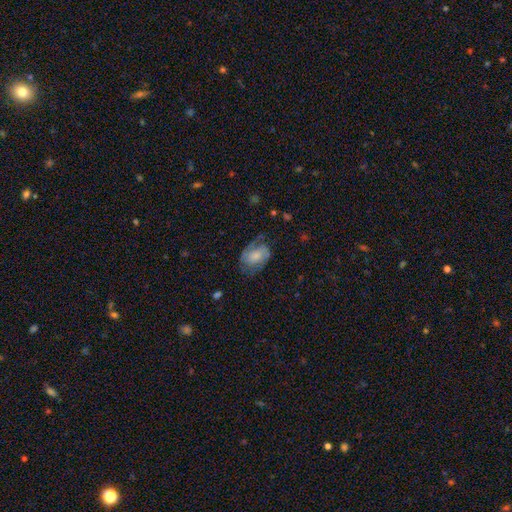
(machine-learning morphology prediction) This is possibly a featured or disk galaxy (47%). Merging: possibly none (53%).